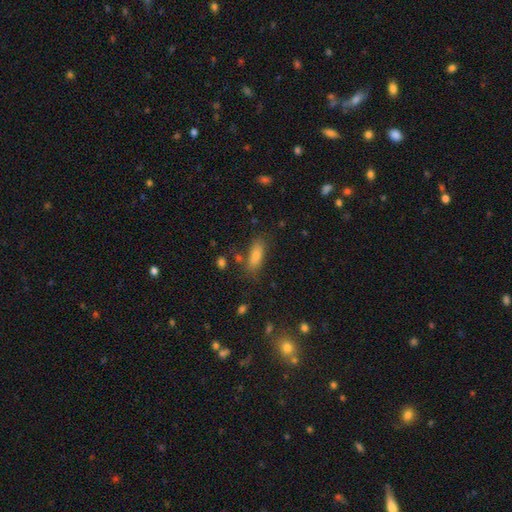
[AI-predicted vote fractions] The model was most divided on "how rounded": in between: 70%, cigar-shaped: 27%, round: 3%. More confident: smooth or featured — smooth (83%); merging — none (71%).